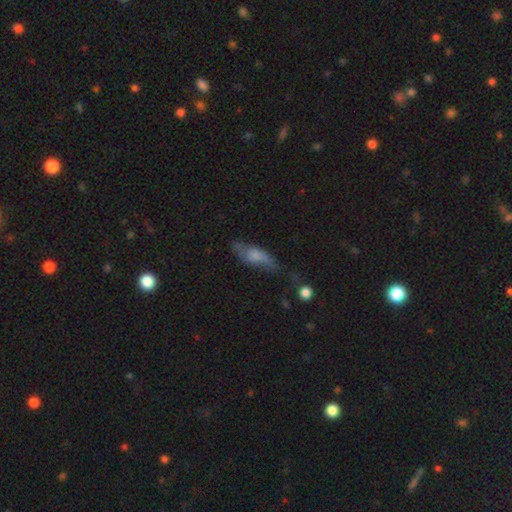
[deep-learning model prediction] smooth_or_featured: smooth (p=0.57) [alt: featured or disk p=0.35]
how_rounded: in between (p=0.60) [alt: cigar-shaped p=0.36]
merging: none (p=0.42) [alt: minor disturbance p=0.32]